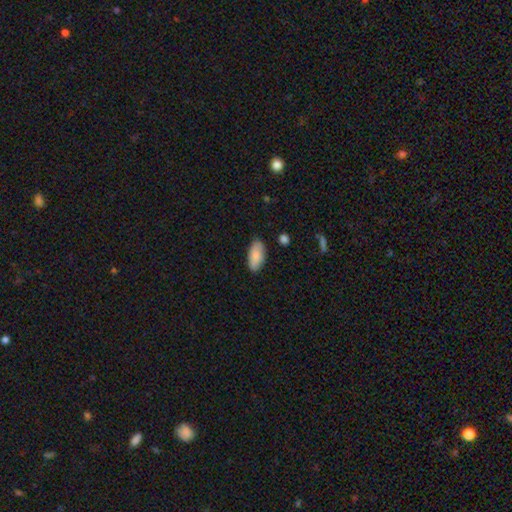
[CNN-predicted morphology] This appears to be a smooth galaxy with no disk features (85%) that is in between round and cigar-shaped (89%). Merging: none (83%).